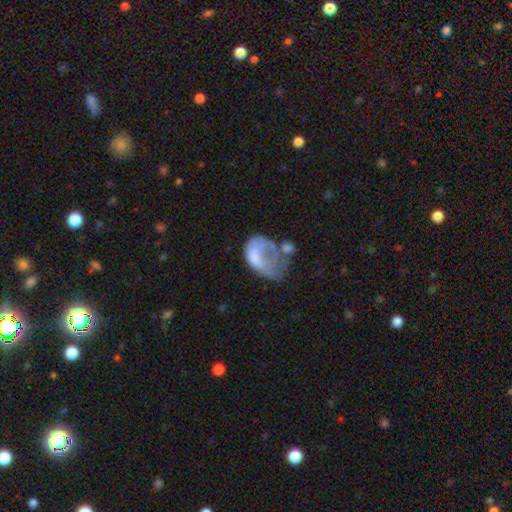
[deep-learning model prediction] The model was most divided on "smooth or featured": smooth: 46%, featured or disk: 45%, star or artifact: 10%. Remaining: merging — major disturbance (49%).